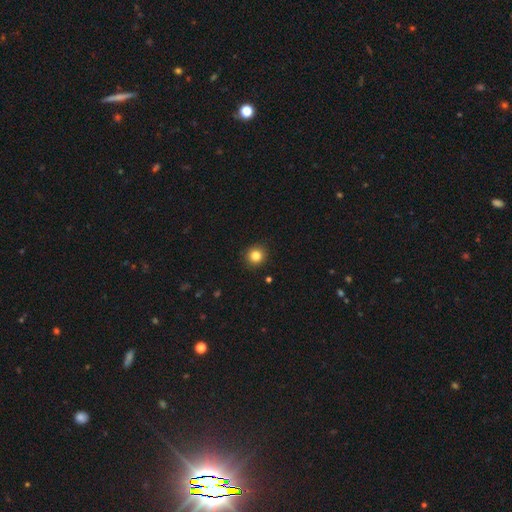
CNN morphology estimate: smooth 84%, star or artifact 11%, featured or disk 5%. Down the decision tree: how rounded — round (91%); merging — none (92%).